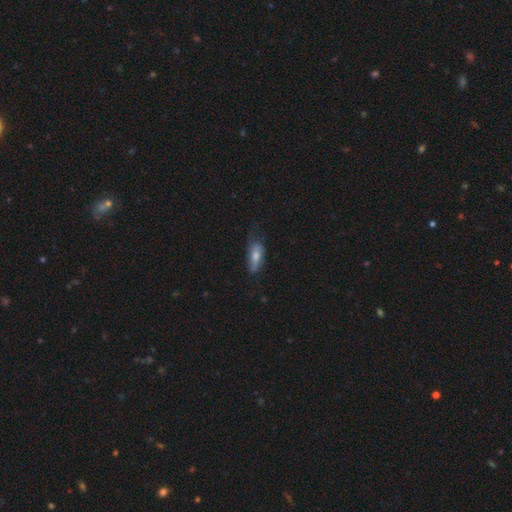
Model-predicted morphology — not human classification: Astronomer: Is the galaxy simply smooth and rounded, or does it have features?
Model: smooth — 65%.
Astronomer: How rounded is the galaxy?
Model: in between — 78%.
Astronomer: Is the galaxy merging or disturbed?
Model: none — 50% (runner-up: minor disturbance, 34%).